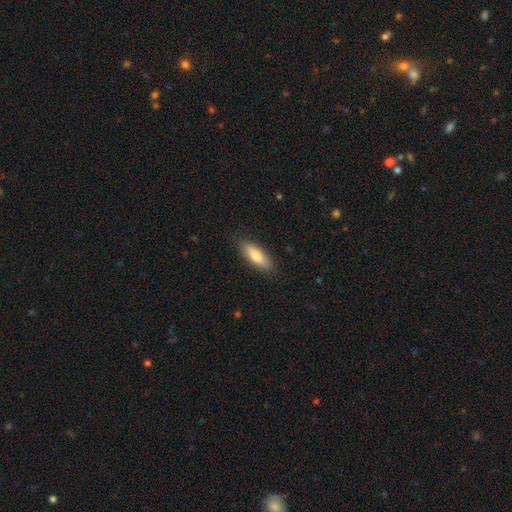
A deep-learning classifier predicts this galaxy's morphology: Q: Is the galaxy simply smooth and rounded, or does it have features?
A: smooth — 77%.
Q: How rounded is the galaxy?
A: in between — 59%.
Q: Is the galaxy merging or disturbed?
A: none — 86%.